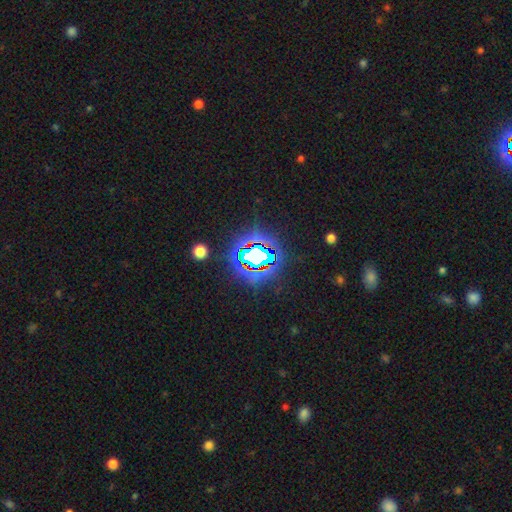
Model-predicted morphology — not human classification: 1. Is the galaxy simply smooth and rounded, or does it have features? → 70% star or artifact, 16% smooth, 14% featured or disk.